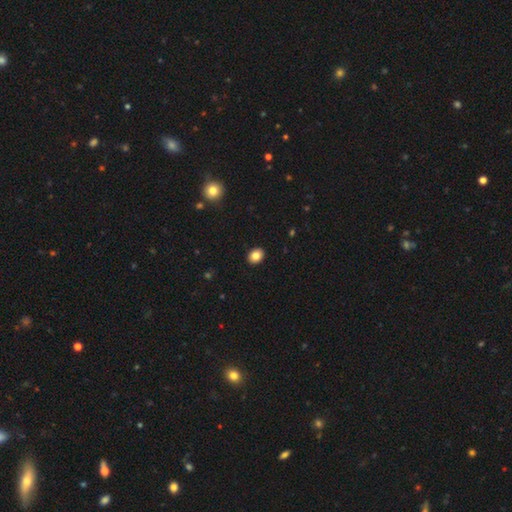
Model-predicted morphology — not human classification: Overall: smooth (84%). How rounded: in between (61%; round 38%). Merging: none (91%).